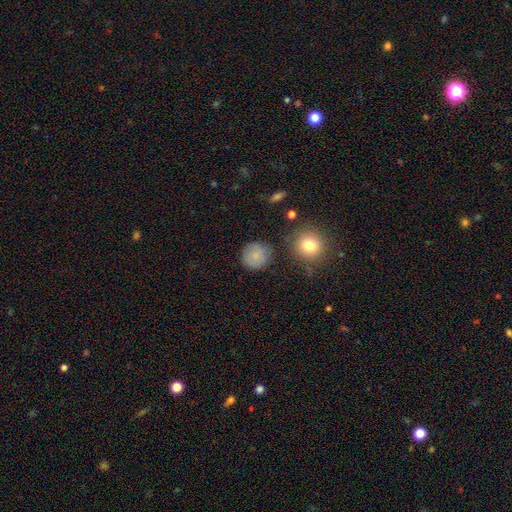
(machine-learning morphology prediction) The model was most divided on "merging": none: 81%, minor disturbance: 12%, major disturbance: 4%, merger: 3%. More confident: how rounded — round (91%); smooth or featured — smooth (82%).